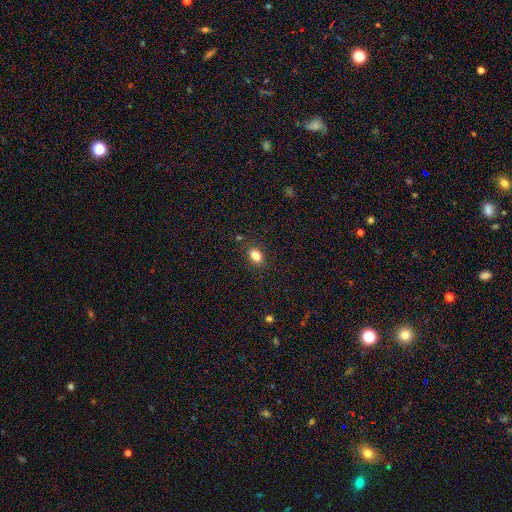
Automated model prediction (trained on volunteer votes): Smooth or featured? smooth (83%)
How rounded? in between (75%)
Merging? none (86%)